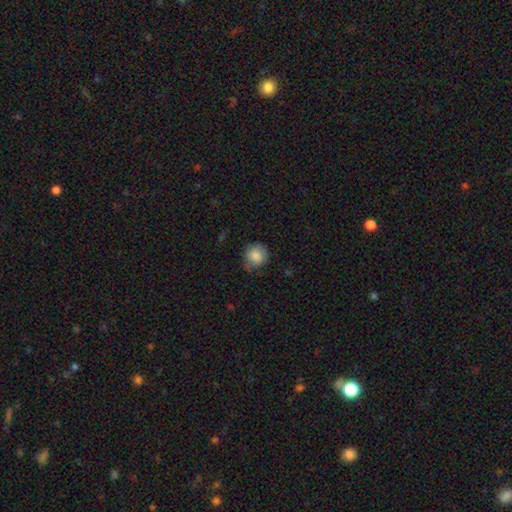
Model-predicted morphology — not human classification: Overall: smooth (84%). How rounded: round (85%). Merging: none (67%).